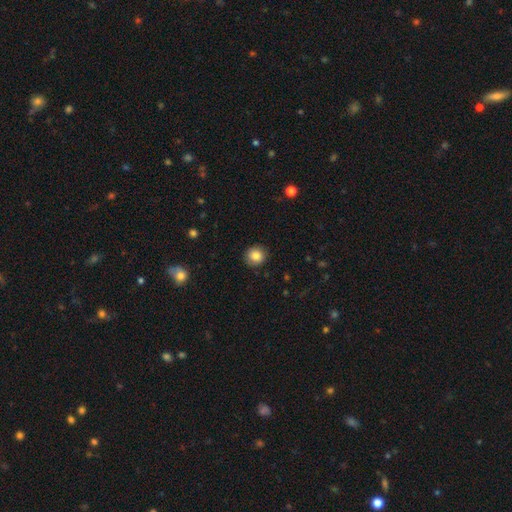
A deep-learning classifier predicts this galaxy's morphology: Smooth or featured? smooth (85%)
How rounded? round (90%)
Merging? none (90%)